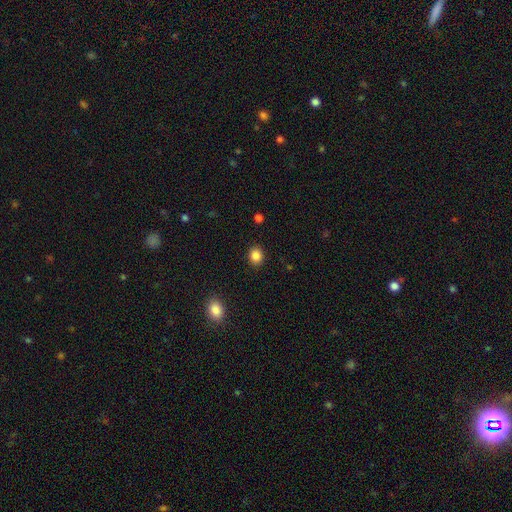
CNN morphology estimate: A smooth galaxy with no disk features (86%) that is round (69%).

Vote fractions:
- Smooth or featured? smooth: 86% / star or artifact: 10% / featured or disk: 4%
- How rounded? round: 69% / in between: 30% / cigar-shaped: 1%
- Merging? none: 90% / minor disturbance: 7% / major disturbance: 2% / merger: 1%